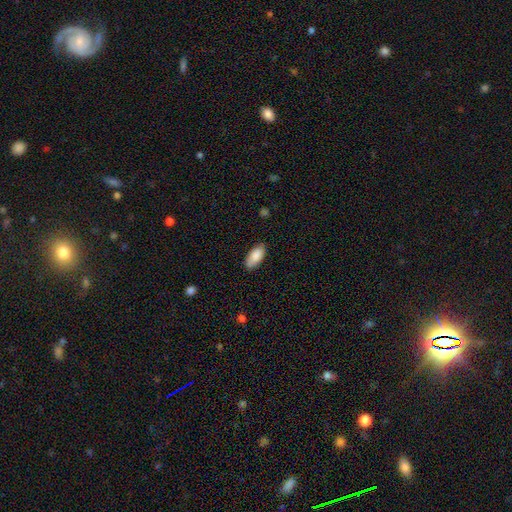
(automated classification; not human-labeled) smooth_or_featured: smooth (p=0.87) [alt: featured or disk p=0.07]
how_rounded: in between (p=0.91) [alt: cigar-shaped p=0.07]
merging: none (p=0.84) [alt: minor disturbance p=0.13]